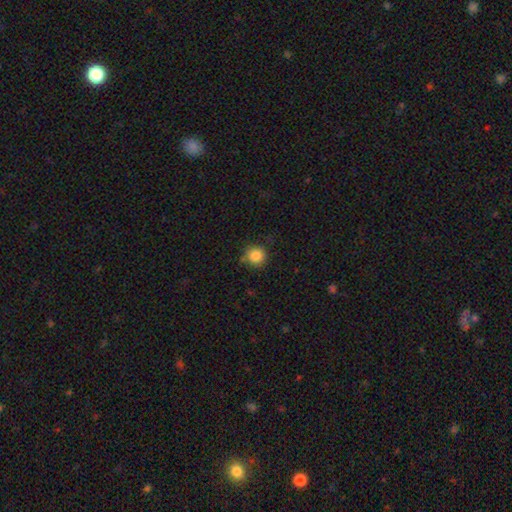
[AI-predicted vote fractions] Morphology: type=smooth (85%); roundness=round (93%); merging=none (80%).